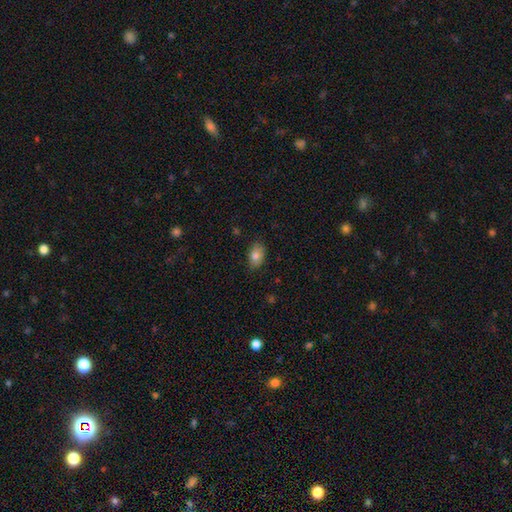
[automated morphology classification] Overall: smooth (82%). How rounded: in between (89%). Merging: none (83%).